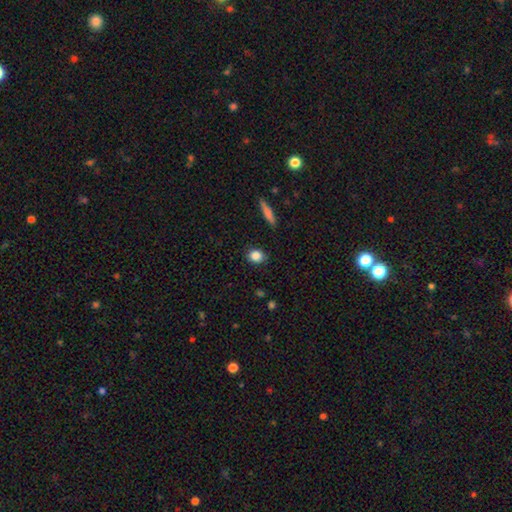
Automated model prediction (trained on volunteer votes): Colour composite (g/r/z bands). It shows a smooth galaxy with no disk features (86%) that is round (57%). Merging: none (86%).